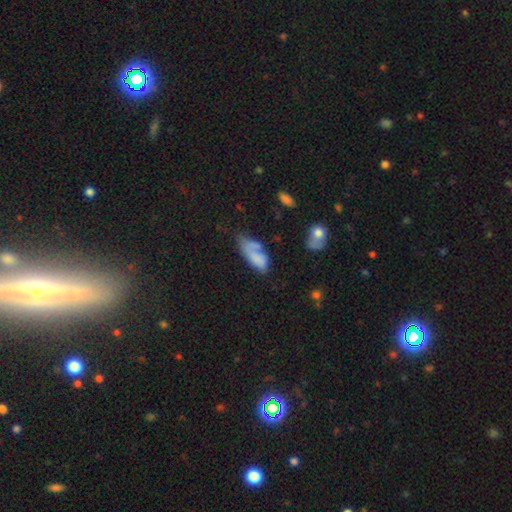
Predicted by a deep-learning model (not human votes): The model was most divided on "merging": none: 32%, minor disturbance: 28%, major disturbance: 23%, merger: 17%. More confident: how rounded — in between (80%); smooth or featured — smooth (69%).